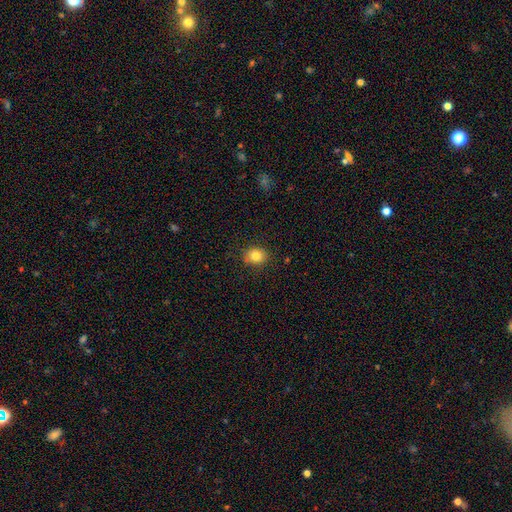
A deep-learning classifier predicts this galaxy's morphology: This is clearly a smooth galaxy (83%). How rounded: likely round (71%). Merging: clearly none (88%).